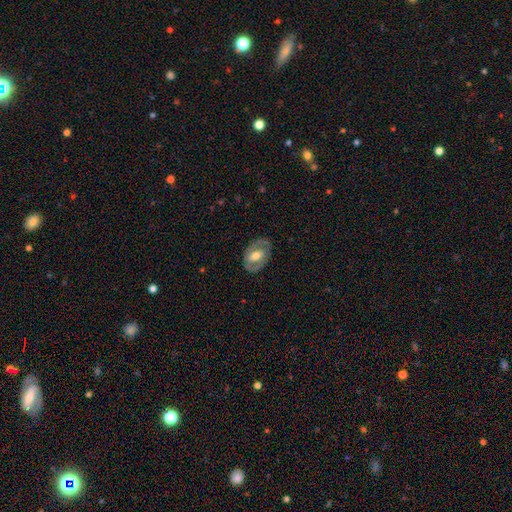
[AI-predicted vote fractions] smooth-or-featured: featured or disk: 66% | smooth: 28% | star or artifact: 5%
  disk-edge-on: no: 94% | yes: 6%
    bar: weak: 40% | no: 38% | strong: 22%
    has-spiral-arms: yes: 55% | no: 45%
    bulge-size: moderate: 65% | large: 19% | small: 13% | none: 1% | dominant: 1%
  merging: none: 81% | minor disturbance: 13% | major disturbance: 5% | merger: 1%